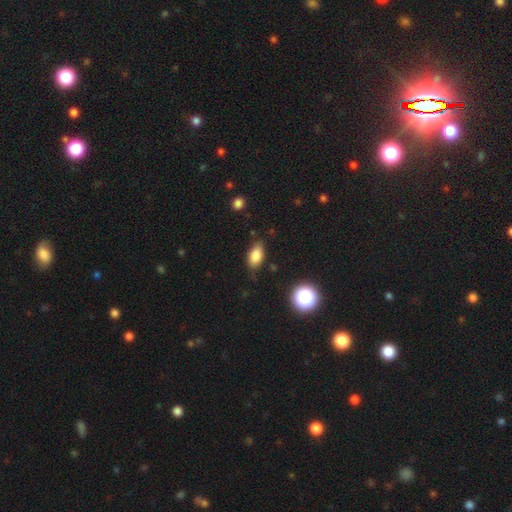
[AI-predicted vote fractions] smooth_or_featured: smooth (p=0.83) [alt: star or artifact p=0.09]
how_rounded: in between (p=0.89) [alt: round p=0.06]
merging: none (p=0.79) [alt: minor disturbance p=0.16]